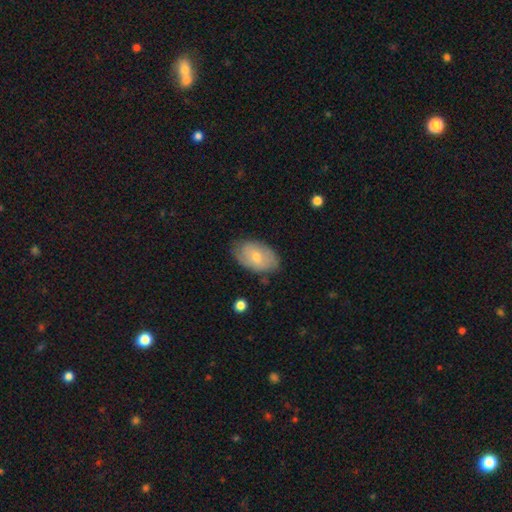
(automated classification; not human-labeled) Smooth or featured? Predicted: smooth (p=0.53). How rounded? Predicted: in between (p=0.91). Merging? Predicted: none (p=0.77).